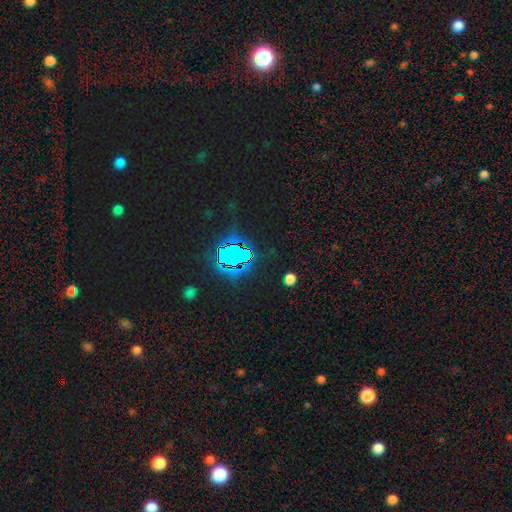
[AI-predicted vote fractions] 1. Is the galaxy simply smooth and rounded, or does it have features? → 81% star or artifact, 11% smooth, 7% featured or disk.